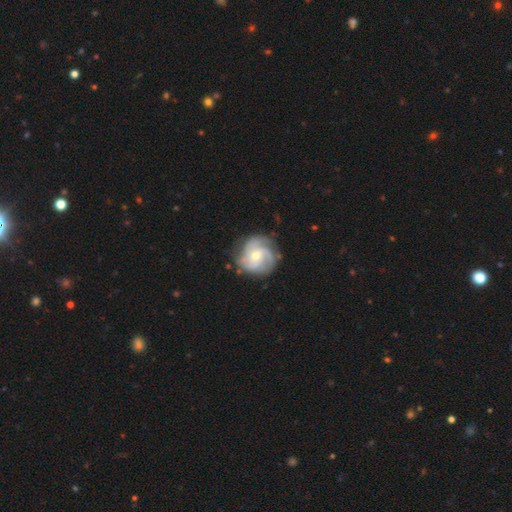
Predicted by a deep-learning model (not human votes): A featured or disk galaxy (85%) with no bar (70%), 3 (48%) tight (57%) spiral arms (97%) and a moderate central bulge (54%).

Vote fractions:
- Smooth or featured? featured or disk: 85% / smooth: 10% / star or artifact: 5%
- Edge-on disk? no: 98% / yes: 2%
- Bar? no: 70% / weak: 26% / strong: 5%
- Spiral arms? yes: 97% / no: 3%
- Spiral winding? tight: 57% / medium: 35% / loose: 8%
- Spiral arm count? 3: 48% / can't tell: 16% / 2: 14% / 4: 13% / 1: 5% / more than 4: 5%
- Bulge size? moderate: 54% / small: 43% / large: 2% / none: 1% / dominant: 1%
- Merging? none: 75% / minor disturbance: 18% / major disturbance: 6% / merger: 1%